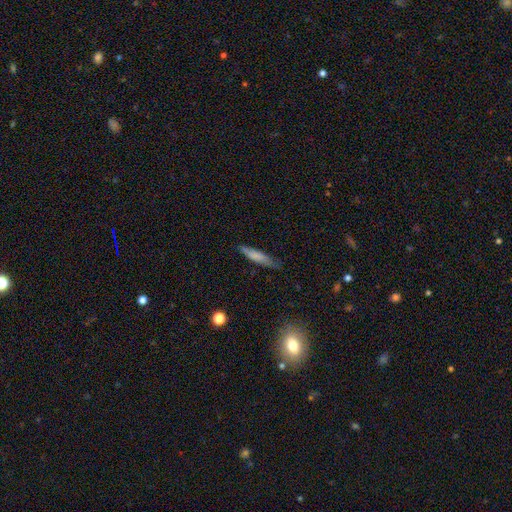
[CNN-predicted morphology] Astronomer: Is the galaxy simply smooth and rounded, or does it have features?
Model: smooth — 73%.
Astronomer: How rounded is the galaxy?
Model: cigar-shaped — 81%.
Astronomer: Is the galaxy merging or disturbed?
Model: none — 72%.